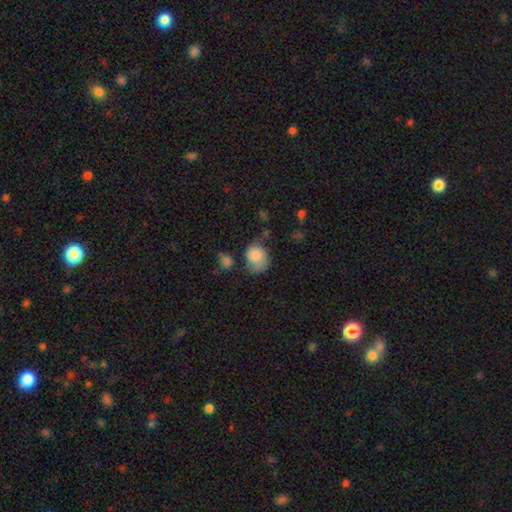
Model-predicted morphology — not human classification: A smooth galaxy with no disk features (80%) that is round (56%). Merging: none (38%).